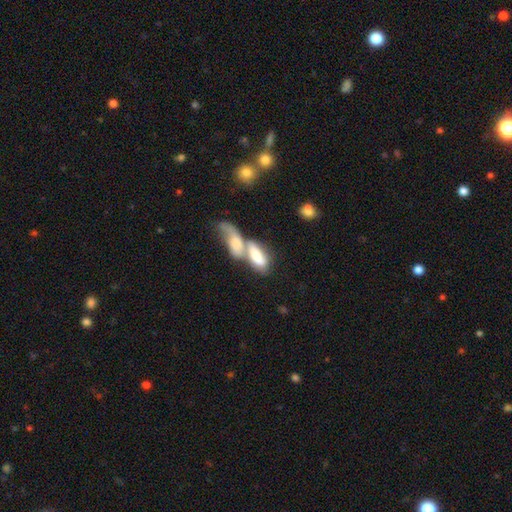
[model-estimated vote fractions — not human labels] This is likely a smooth galaxy (64%). How rounded: likely in between (78%). Merging: likely merger (77%).